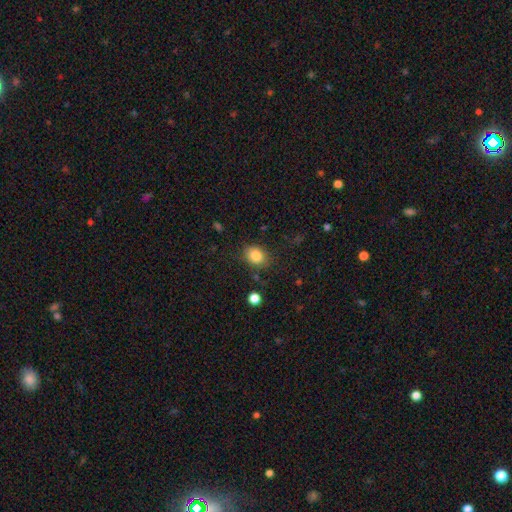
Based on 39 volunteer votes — A smooth galaxy with no disk features (85%) that is in between round and cigar-shaped (58%). Merging: none (73%).